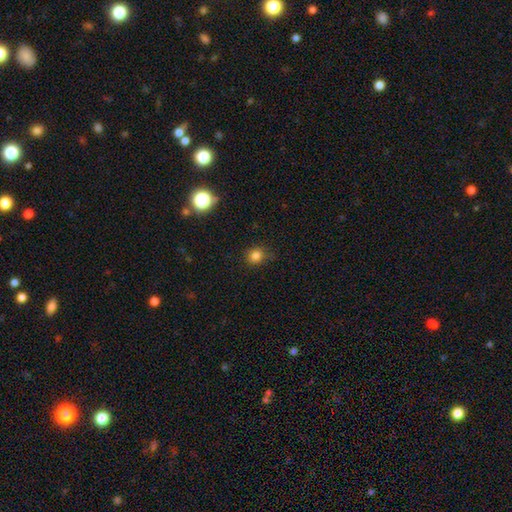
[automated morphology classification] smooth-or-featured: smooth: 82% | star or artifact: 14% | featured or disk: 5%
  how-rounded: round: 81% | in between: 18% | cigar-shaped: 1%
  merging: none: 82% | minor disturbance: 13% | major disturbance: 3% | merger: 1%